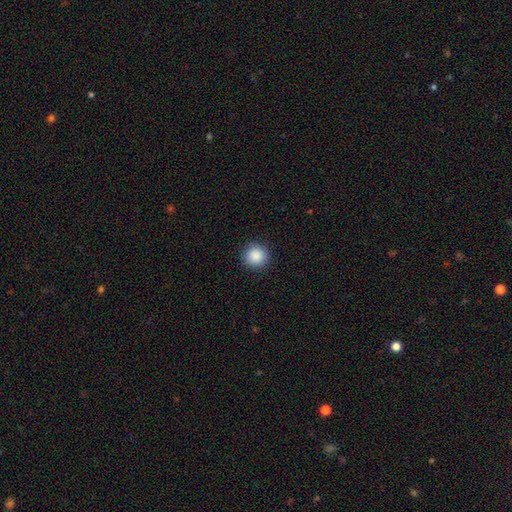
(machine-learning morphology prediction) smooth_or_featured: smooth (p=0.89) [alt: star or artifact p=0.09]
how_rounded: round (p=0.93) [alt: in between p=0.06]
merging: none (p=0.90) [alt: minor disturbance p=0.07]